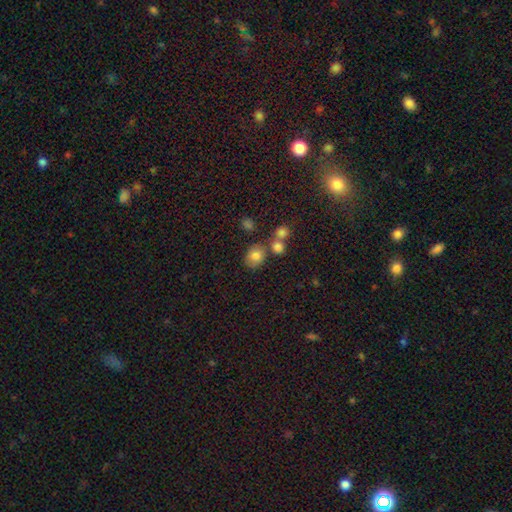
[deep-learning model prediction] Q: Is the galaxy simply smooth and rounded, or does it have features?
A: smooth — 78%.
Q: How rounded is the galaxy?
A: round — 58%.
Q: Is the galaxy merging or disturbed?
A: none — 62%.